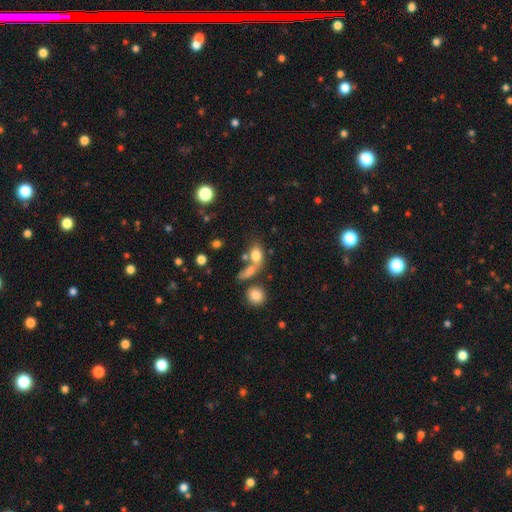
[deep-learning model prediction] Morphology: type=smooth (77%); roundness=in between (76%); merging=merger (41%).